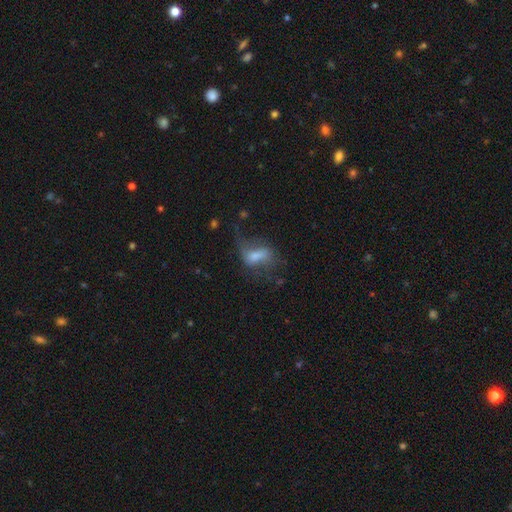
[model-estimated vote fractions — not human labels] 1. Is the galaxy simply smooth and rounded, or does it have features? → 45% featured or disk, 42% smooth, 13% star or artifact.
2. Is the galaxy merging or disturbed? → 38% none, 35% major disturbance, 24% minor disturbance, 4% merger.